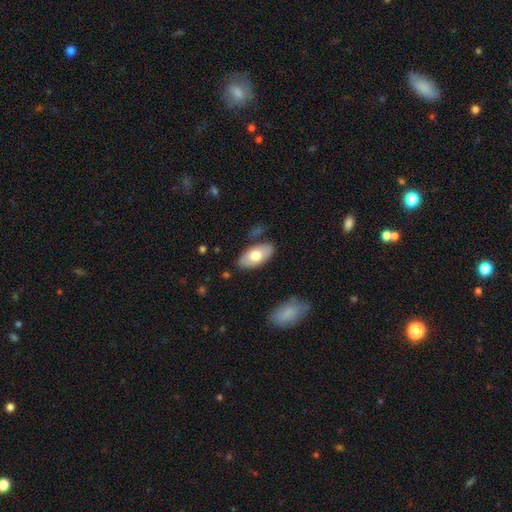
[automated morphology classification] A smooth galaxy with no disk features (69%) that is in between round and cigar-shaped (94%).

Vote fractions:
- Smooth or featured? smooth: 69% / featured or disk: 26% / star or artifact: 6%
- How rounded? in between: 94% / cigar-shaped: 3% / round: 3%
- Merging? none: 80% / minor disturbance: 14% / merger: 4% / major disturbance: 3%